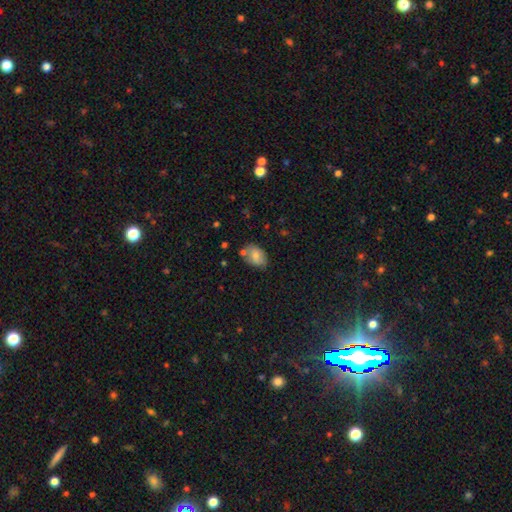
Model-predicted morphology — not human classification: This is likely a smooth galaxy (77%). How rounded: clearly in between (83%). Merging: likely none (67%).